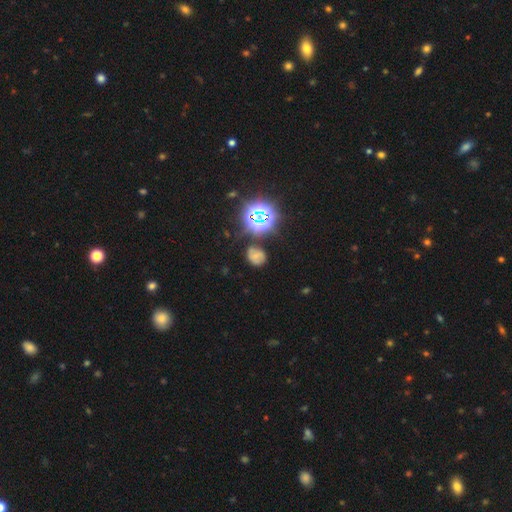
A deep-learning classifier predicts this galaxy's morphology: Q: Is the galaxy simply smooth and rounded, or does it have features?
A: smooth — 46%.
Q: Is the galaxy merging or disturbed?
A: none — 66%.